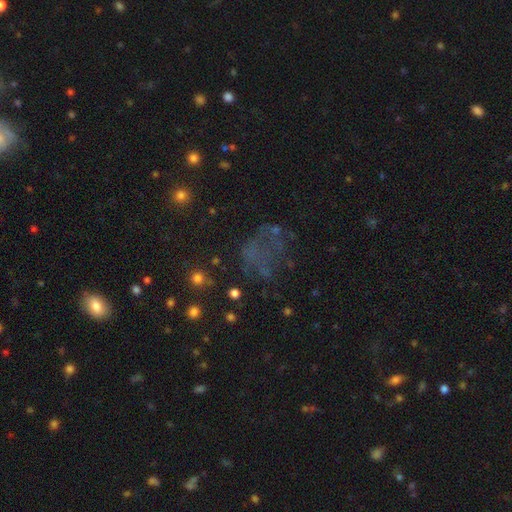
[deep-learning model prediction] This is marginally a featured or disk galaxy (34%). Merging: marginally none (43%).